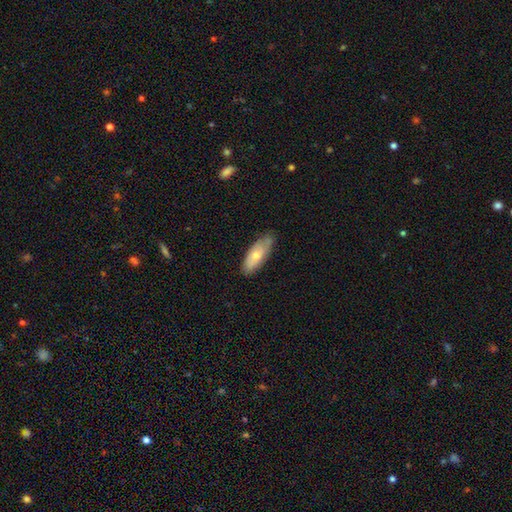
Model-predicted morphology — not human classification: smooth-or-featured: smooth: 68% | featured or disk: 26% | star or artifact: 6%
  how-rounded: in between: 76% | cigar-shaped: 22% | round: 2%
  merging: none: 69% | minor disturbance: 25% | major disturbance: 4% | merger: 2%